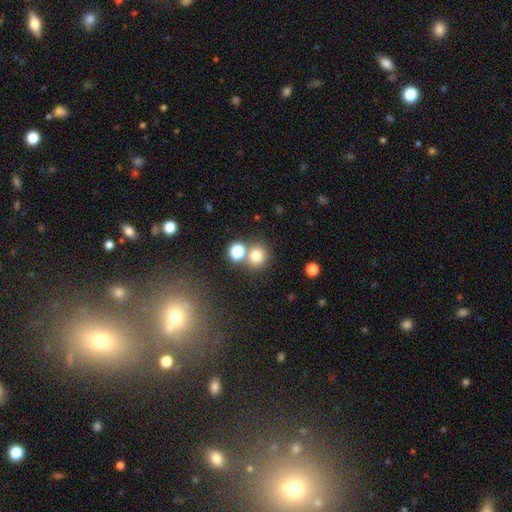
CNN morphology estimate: This is likely a smooth galaxy (76%). How rounded: clearly round (87%). Merging: likely none (69%).